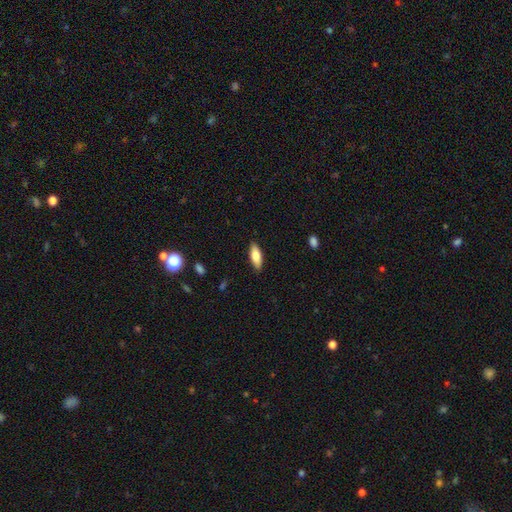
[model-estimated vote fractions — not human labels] Overall: smooth (77%). How rounded: in between (70%). Merging: none (88%).